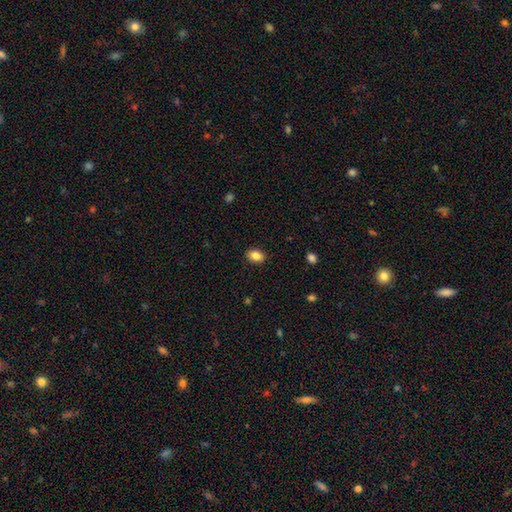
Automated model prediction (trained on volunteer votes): A smooth galaxy with no disk features (86%) that is in between round and cigar-shaped (79%). Merging: none (89%).